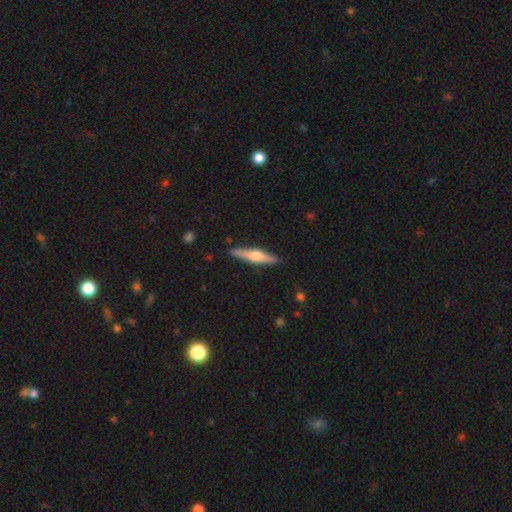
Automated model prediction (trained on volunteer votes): Smooth or featured: featured or disk — 54% (smooth — 40%)
Edge-on disk: yes — 95% (no — 5%)
Edge-on bulge: rounded — 89% (boxy — 7%)
Merging: none — 89% (minor disturbance — 8%)